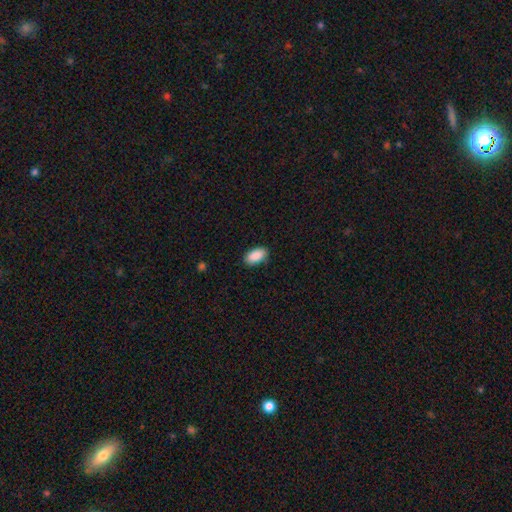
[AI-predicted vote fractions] The model was most divided on "merging": none: 87%, minor disturbance: 10%, major disturbance: 2%, merger: 1%. More confident: how rounded — in between (94%); smooth or featured — smooth (90%).